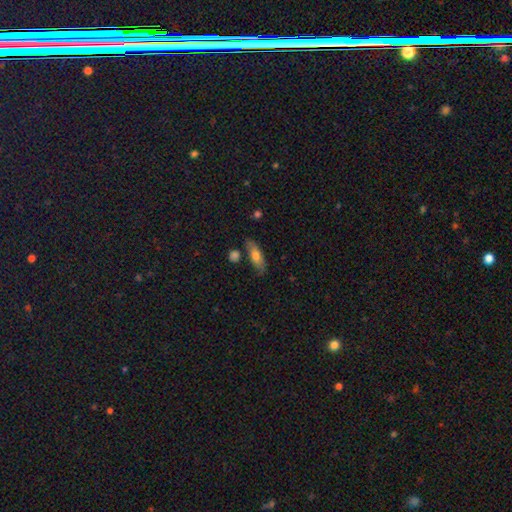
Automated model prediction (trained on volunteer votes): Overall: smooth (68%). How rounded: in between (65%; cigar-shaped 32%). Merging: none (76%).